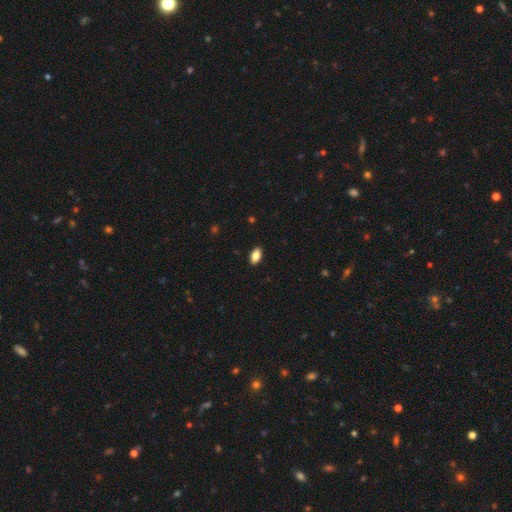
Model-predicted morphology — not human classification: This is clearly a smooth galaxy (83%). How rounded: clearly in between (90%). Merging: clearly none (89%).